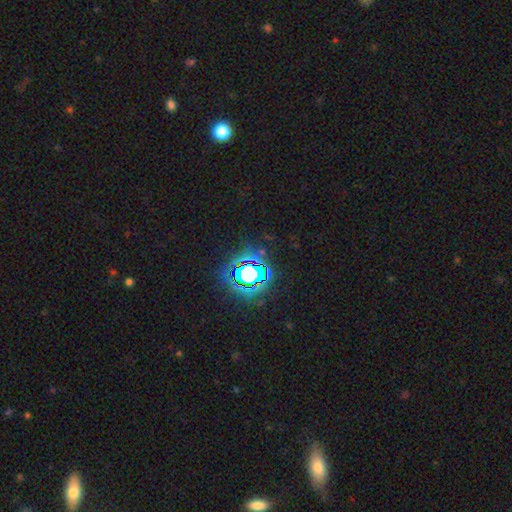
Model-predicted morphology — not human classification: A star or artifact, not a galaxy (80%).

Vote fractions:
- Smooth or featured? star or artifact: 80% / smooth: 12% / featured or disk: 8%